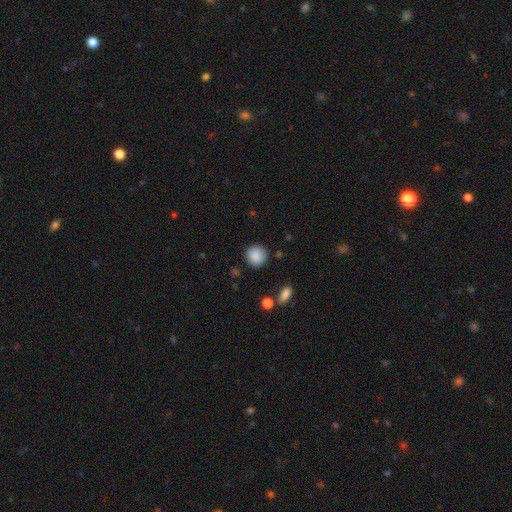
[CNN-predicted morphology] Overall: smooth (88%). How rounded: round (92%). Merging: none (88%).